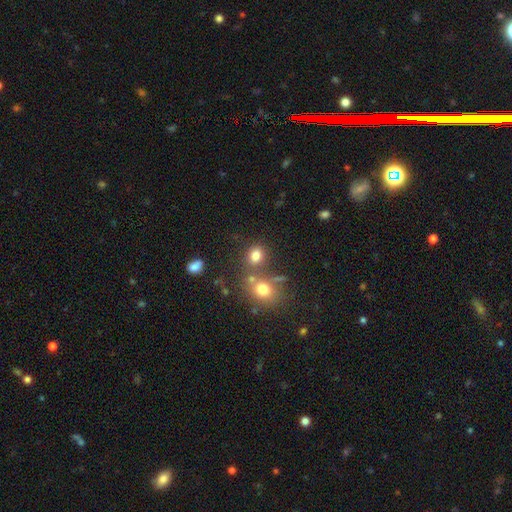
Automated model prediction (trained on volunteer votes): smooth_or_featured: smooth (p=0.77) [alt: star or artifact p=0.15]
how_rounded: round (p=0.61) [alt: in between p=0.38]
merging: none (p=0.63) [alt: merger p=0.21]